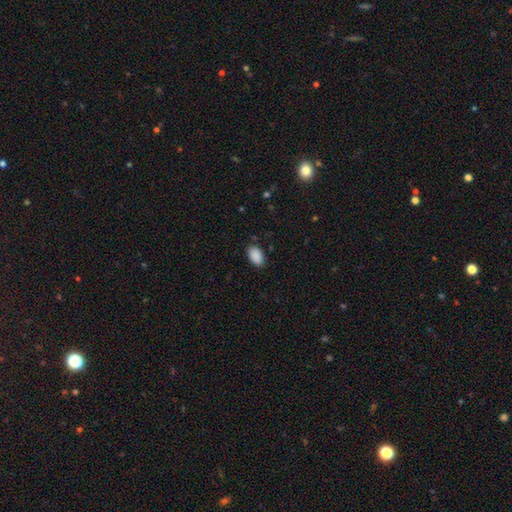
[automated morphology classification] smooth_or_featured: smooth (p=0.90) [alt: star or artifact p=0.07]
how_rounded: in between (p=0.92) [alt: round p=0.06]
merging: none (p=0.86) [alt: minor disturbance p=0.11]